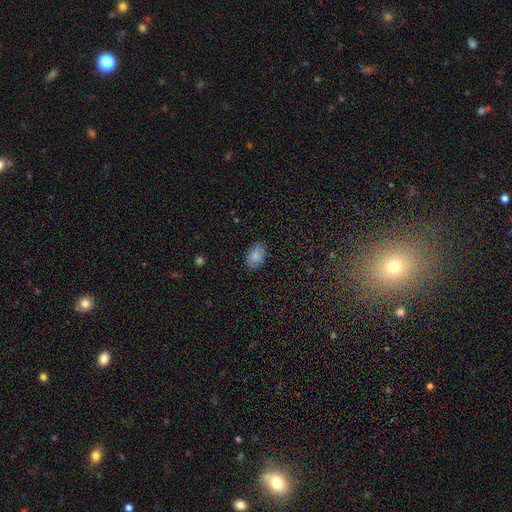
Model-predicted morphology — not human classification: Smooth or featured? Predicted: smooth (p=0.84). How rounded? Predicted: in between (p=0.89). Merging? Predicted: none (p=0.86).